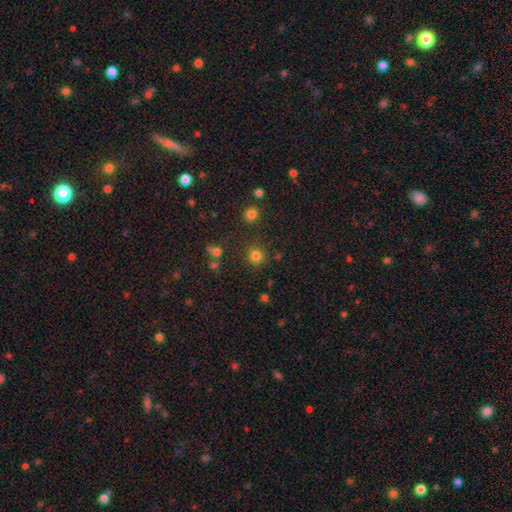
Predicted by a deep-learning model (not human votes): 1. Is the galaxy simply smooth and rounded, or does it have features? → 80% smooth, 15% star or artifact, 5% featured or disk.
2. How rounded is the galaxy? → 89% round, 10% in between, 1% cigar-shaped.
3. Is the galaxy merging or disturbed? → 84% none, 8% minor disturbance, 4% merger, 3% major disturbance.